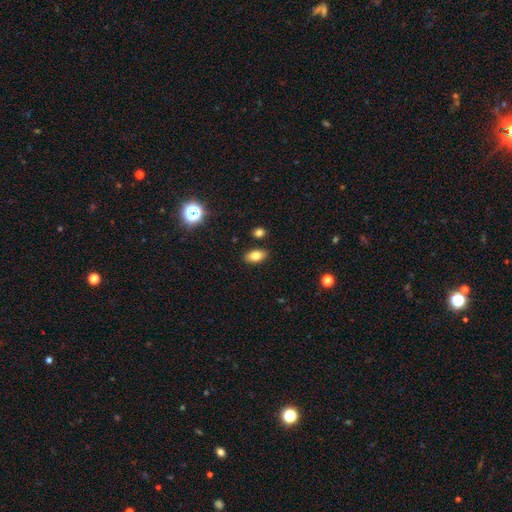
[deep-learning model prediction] This appears to be a smooth galaxy with no disk features (80%) that is in between round and cigar-shaped (90%). Merging: none (87%).